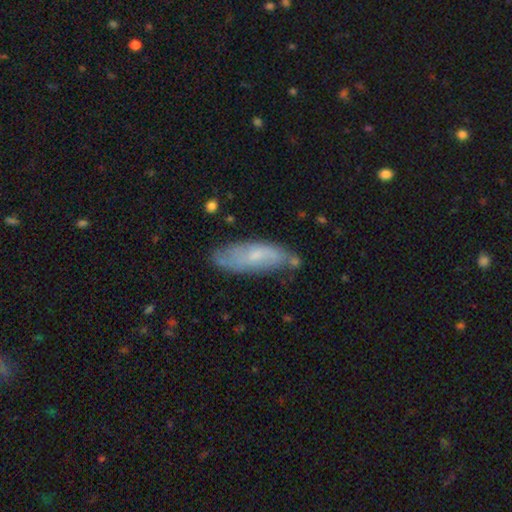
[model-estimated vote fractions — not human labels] smooth_or_featured: smooth (p=0.48) [alt: featured or disk p=0.46]
merging: none (p=0.65) [alt: minor disturbance p=0.24]